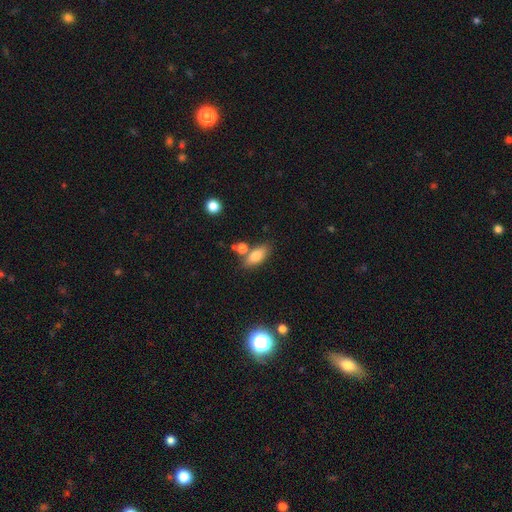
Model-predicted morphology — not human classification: smooth-or-featured: smooth: 79% | featured or disk: 12% | star or artifact: 9%
  how-rounded: in between: 82% | cigar-shaped: 12% | round: 5%
  merging: none: 68% | merger: 16% | minor disturbance: 13% | major disturbance: 4%